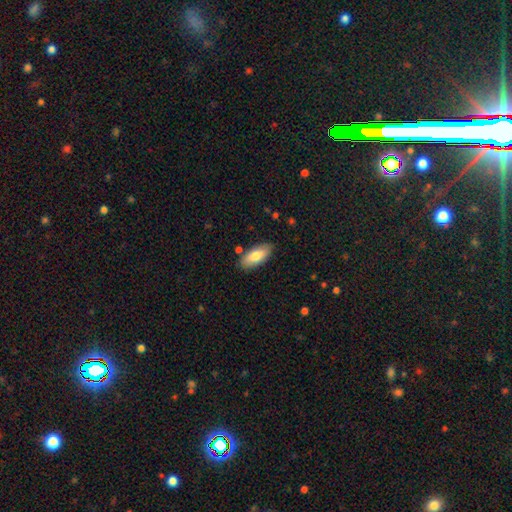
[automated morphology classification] The model was most divided on "smooth or featured": smooth: 78%, featured or disk: 16%, star or artifact: 6%. More confident: how rounded — in between (84%); merging — none (84%).